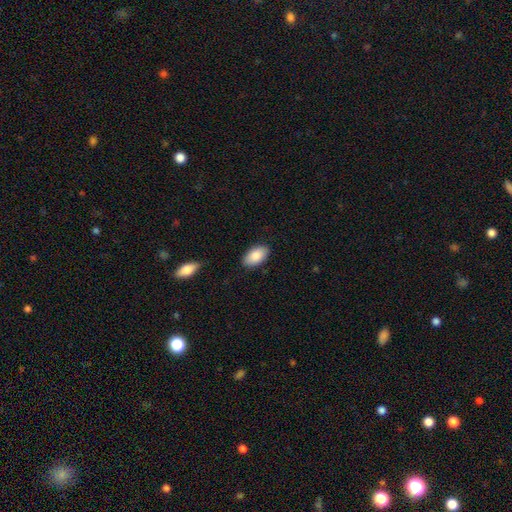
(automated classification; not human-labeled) Q: Smooth or featured?
A: smooth (87%); runner-up: featured or disk (7%)
Q: How rounded?
A: in between (95%); runner-up: round (3%)
Q: Merging?
A: none (86%); runner-up: minor disturbance (11%)